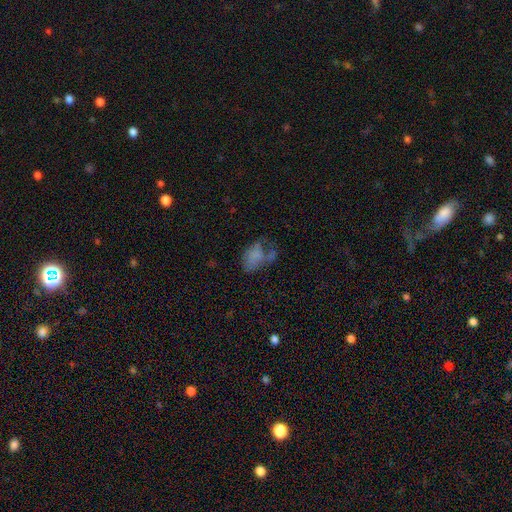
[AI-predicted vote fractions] Smooth or featured? smooth (65%)
How rounded? in between (87%)
Merging? major disturbance (29%)